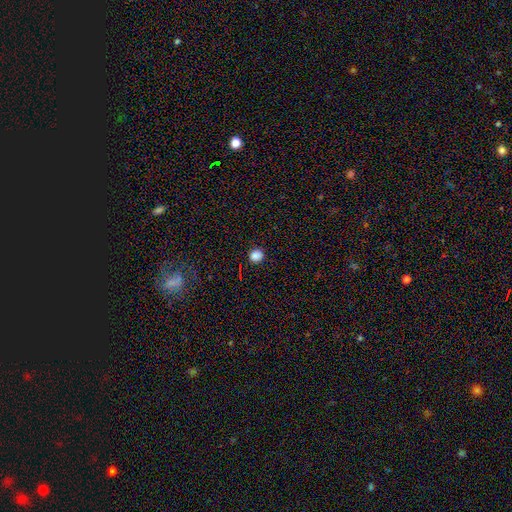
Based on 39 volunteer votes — This appears to be a smooth galaxy with no disk features (85%) that is round (94%). Merging: none (86%).